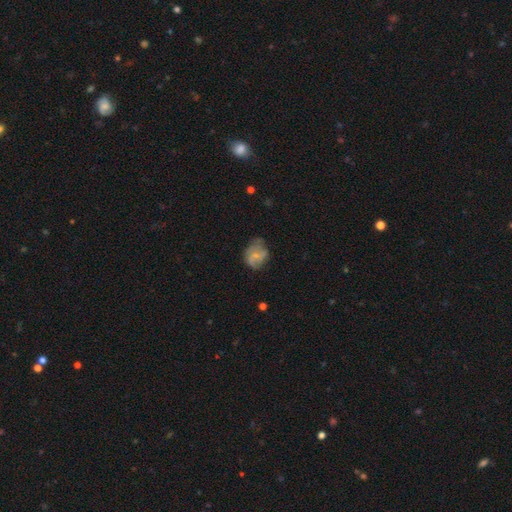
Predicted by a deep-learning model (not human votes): Smooth or featured? featured or disk (47%)
Merging? none (48%)